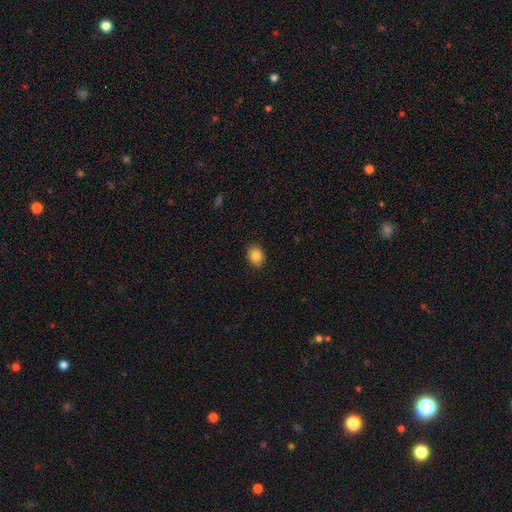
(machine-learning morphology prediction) Overall: smooth (86%). How rounded: in between (56%; round 43%). Merging: none (89%).